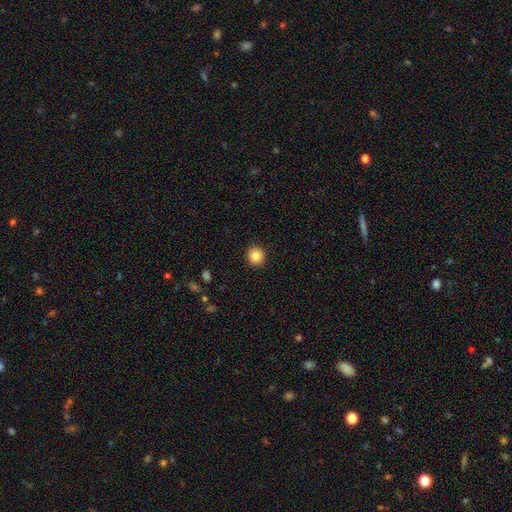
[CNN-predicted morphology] smooth-or-featured: smooth: 86% | star or artifact: 10% | featured or disk: 5%
  how-rounded: round: 92% | in between: 7% | cigar-shaped: 1%
  merging: none: 92% | minor disturbance: 5% | major disturbance: 2% | merger: 1%